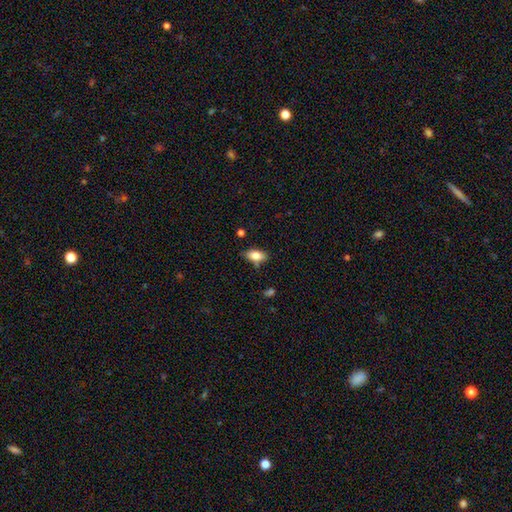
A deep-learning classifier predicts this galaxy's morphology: smooth_or_featured: smooth (p=0.81) [alt: featured or disk p=0.11]
how_rounded: in between (p=0.89) [alt: cigar-shaped p=0.06]
merging: none (p=0.78) [alt: minor disturbance p=0.16]